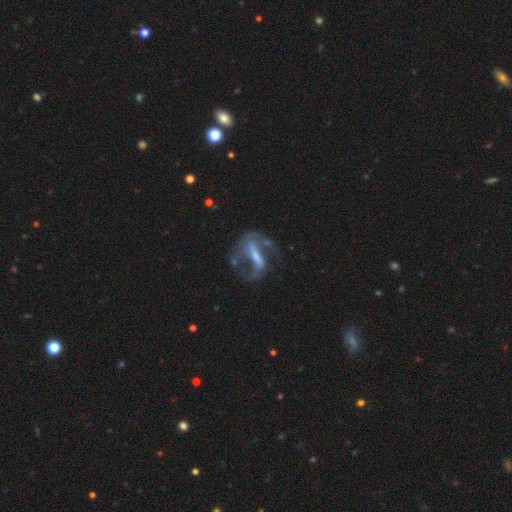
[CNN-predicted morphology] featured or disk 78%, smooth 13%, star or artifact 9%. Down the decision tree: edge-on disk — no (89%); bar — strong (63%); spiral arms — yes (80%); spiral arm count — 2 (80%); spiral winding — medium (45%); bulge size — small (35%); merging — none (54%).